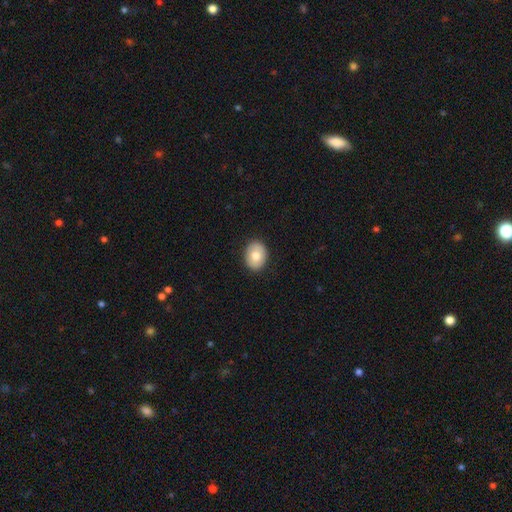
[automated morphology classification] type=smooth (76%); roundness=in between (57%); merging=none (89%).